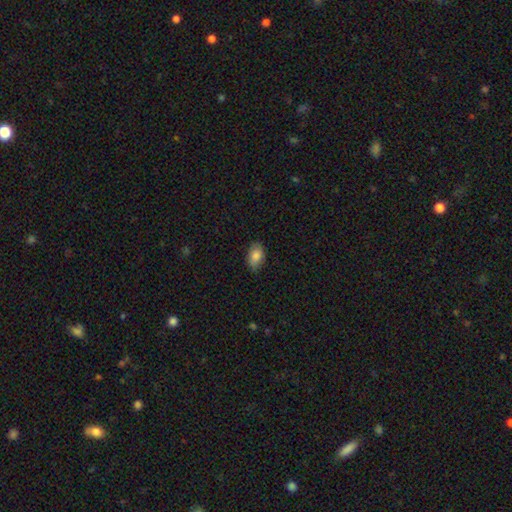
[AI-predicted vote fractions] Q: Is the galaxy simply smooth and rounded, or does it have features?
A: smooth — 85%.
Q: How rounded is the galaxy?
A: in between — 91%.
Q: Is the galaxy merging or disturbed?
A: none — 80%.